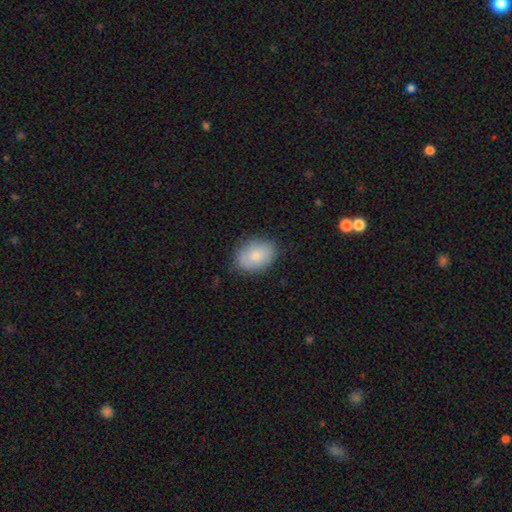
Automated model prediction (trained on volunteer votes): Smooth or featured?
  - smooth: 81% *
  - featured or disk: 13%
  - star or artifact: 7%
How rounded?
  - in between: 79% *
  - round: 20%
  - cigar-shaped: 1%
Merging?
  - none: 82% *
  - minor disturbance: 14%
  - major disturbance: 3%
  - merger: 1%